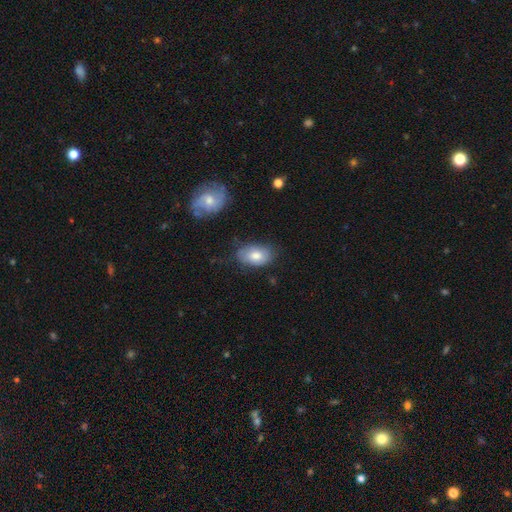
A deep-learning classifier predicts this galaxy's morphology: smooth_or_featured: smooth (p=0.73) [alt: featured or disk p=0.20]
how_rounded: in between (p=0.90) [alt: round p=0.08]
merging: none (p=0.65) [alt: minor disturbance p=0.25]